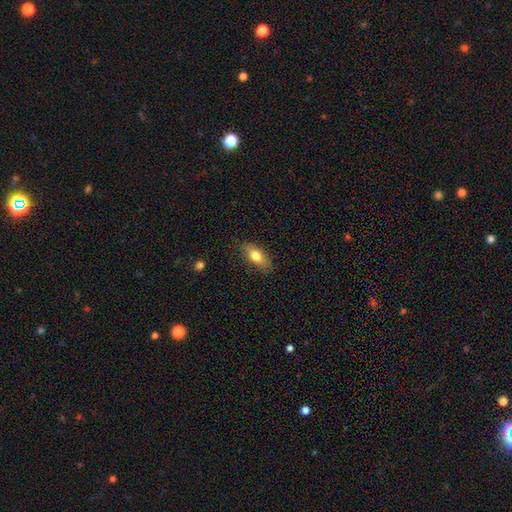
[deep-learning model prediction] This appears to be a smooth galaxy with no disk features (73%) that is in between round and cigar-shaped (79%). Merging: none (80%).